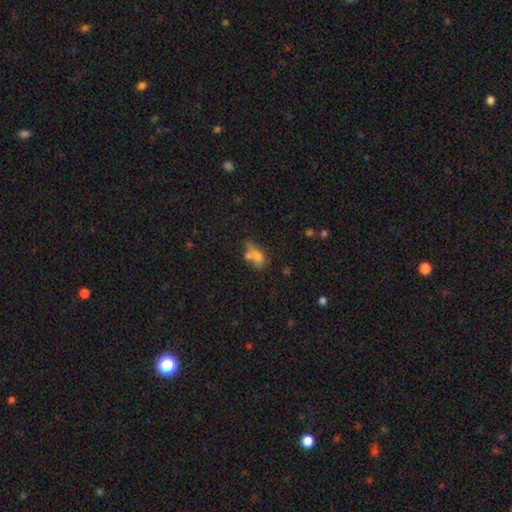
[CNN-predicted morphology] This is likely a smooth galaxy (62%). How rounded: likely in between (75%). Merging: marginally merger (43%).